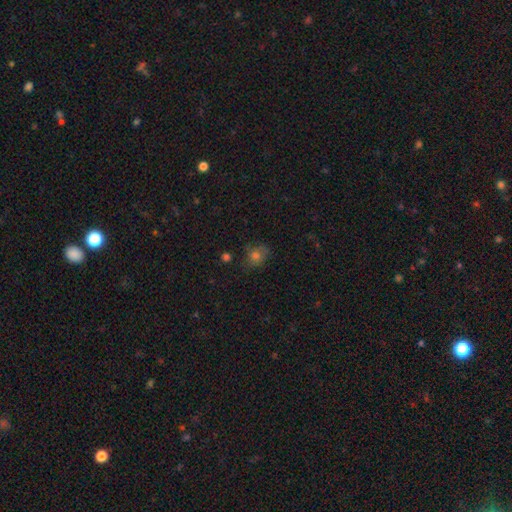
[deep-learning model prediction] This is likely a smooth galaxy (65%). How rounded: possibly round (59%). Merging: likely none (68%).